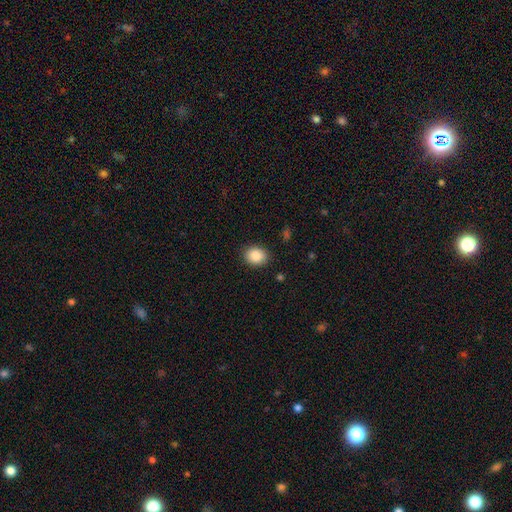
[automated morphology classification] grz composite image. It shows a smooth galaxy with no disk features (88%) that is round (56%). Merging: none (88%).